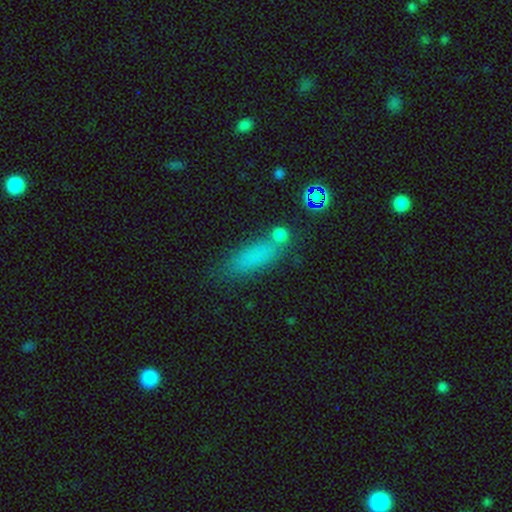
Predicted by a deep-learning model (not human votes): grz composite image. It shows a smooth galaxy with no disk features (75%) that is in between round and cigar-shaped (50%). Merging: none (68%).